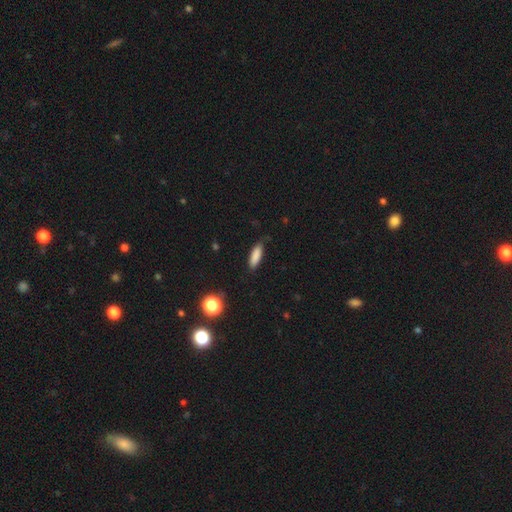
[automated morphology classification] Smooth or featured: smooth — 85% (star or artifact — 8%)
How rounded: in between — 52% (cigar-shaped — 46%)
Merging: none — 79% (minor disturbance — 16%)